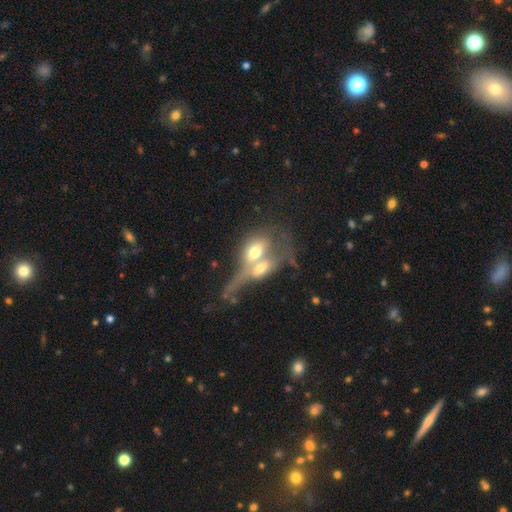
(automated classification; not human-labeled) This is possibly a featured or disk galaxy (47%). Merging: likely merger (73%).